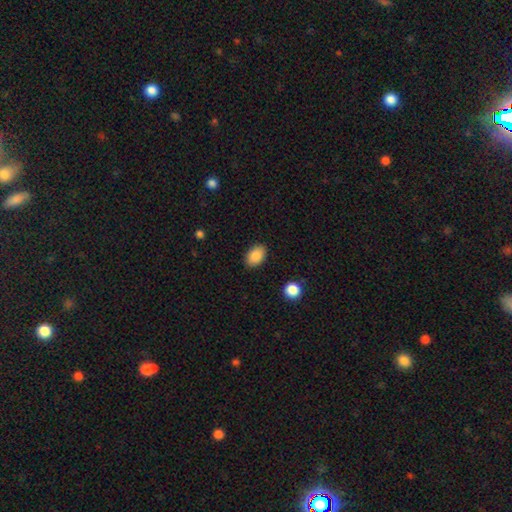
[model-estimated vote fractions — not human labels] This appears to be a smooth galaxy with no disk features (88%) that is in between round and cigar-shaped (86%). Merging: none (87%).